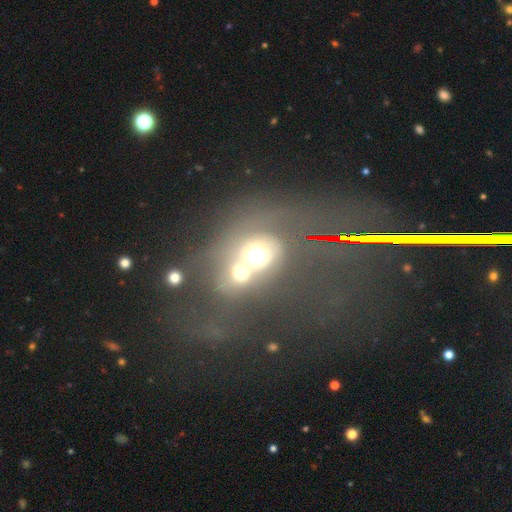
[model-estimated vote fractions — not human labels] Smooth or featured? star or artifact (42%)